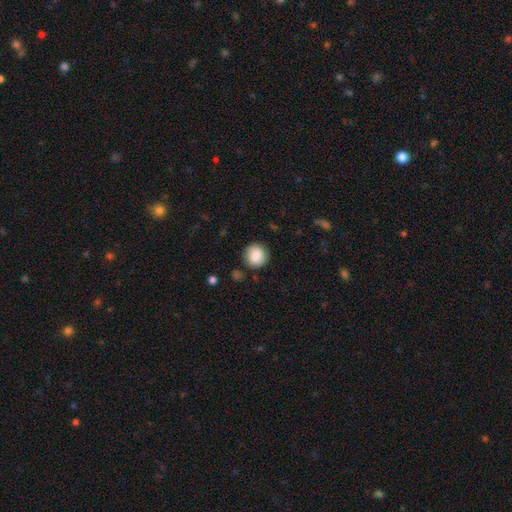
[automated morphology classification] smooth-or-featured: smooth: 86% | star or artifact: 8% | featured or disk: 6%
  how-rounded: round: 91% | in between: 8% | cigar-shaped: 1%
  merging: none: 85% | minor disturbance: 10% | major disturbance: 3% | merger: 2%